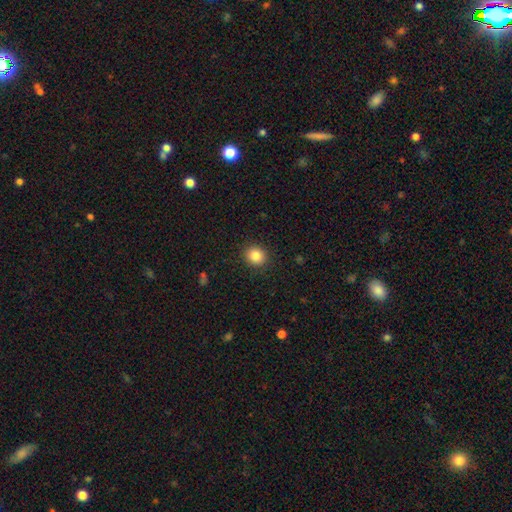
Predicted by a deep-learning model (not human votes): smooth_or_featured: smooth (p=0.84) [alt: star or artifact p=0.10]
how_rounded: round (p=0.81) [alt: in between p=0.18]
merging: none (p=0.91) [alt: minor disturbance p=0.06]